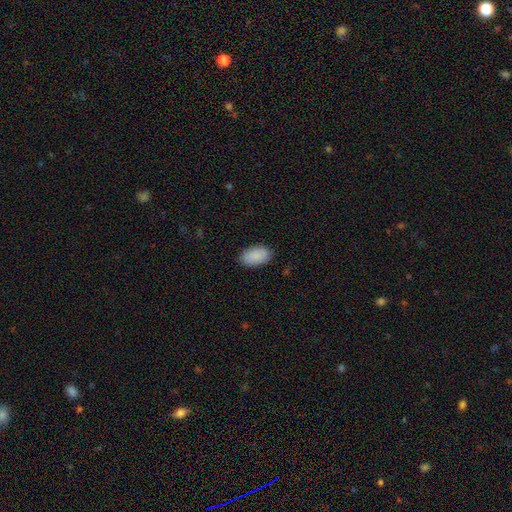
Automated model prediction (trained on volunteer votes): This is clearly a smooth galaxy (90%). How rounded: clearly in between (95%). Merging: clearly none (88%).